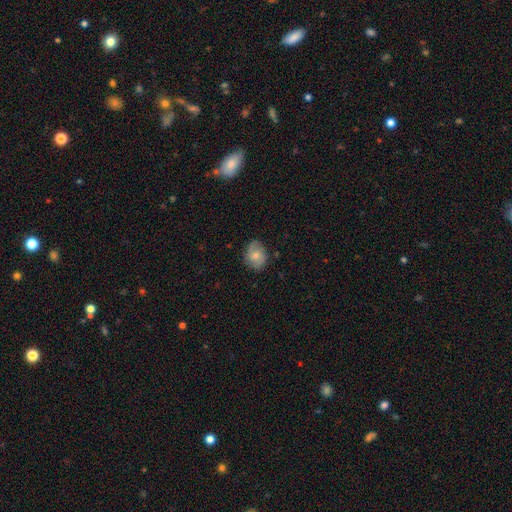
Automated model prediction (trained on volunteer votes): Smooth or featured?
  - smooth: 58% *
  - featured or disk: 34%
  - star or artifact: 8%
How rounded?
  - round: 49% * (tied)
  - in between: 49% * (tied)
  - cigar-shaped: 1%
Merging?
  - none: 77% *
  - minor disturbance: 18%
  - major disturbance: 4%
  - merger: 1%